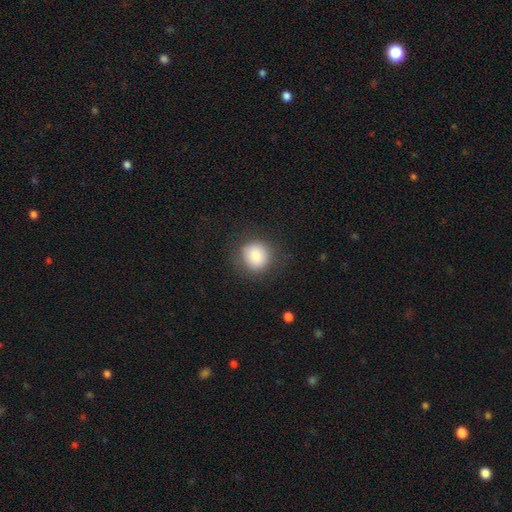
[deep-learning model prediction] smooth-or-featured: smooth: 83% | star or artifact: 9% | featured or disk: 8%
  how-rounded: round: 88% | in between: 11% | cigar-shaped: 1%
  merging: none: 84% | minor disturbance: 11% | major disturbance: 5% | merger: 1%